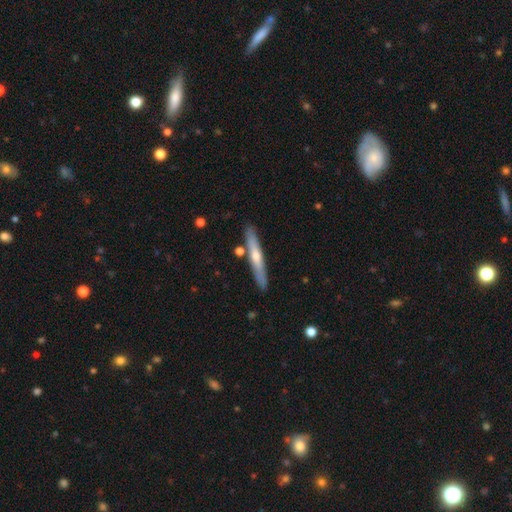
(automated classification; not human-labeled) smooth-or-featured: featured or disk: 51% | smooth: 44% | star or artifact: 5%
  disk-edge-on: yes: 92% | no: 8%
  merging: none: 86% | minor disturbance: 9% | merger: 3% | major disturbance: 2%